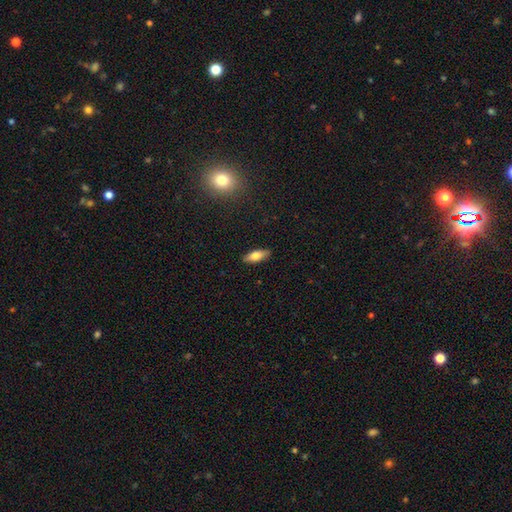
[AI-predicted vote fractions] The model was most divided on "how rounded": in between: 68%, cigar-shaped: 29%, round: 3%. More confident: merging — none (89%); smooth or featured — smooth (72%).